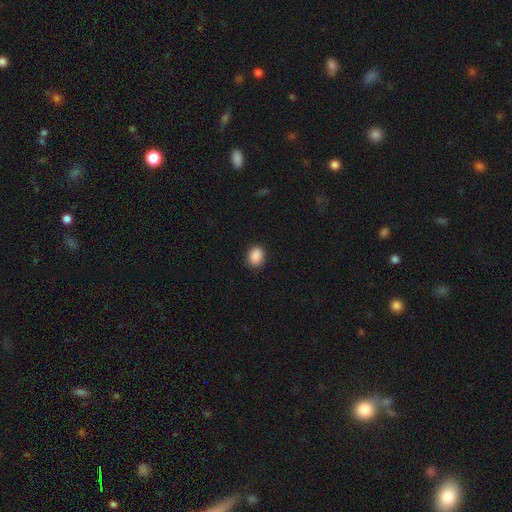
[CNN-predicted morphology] Q: Smooth or featured?
A: smooth (89%); runner-up: star or artifact (8%)
Q: How rounded?
A: in between (57%); runner-up: round (42%)
Q: Merging?
A: none (88%); runner-up: minor disturbance (9%)